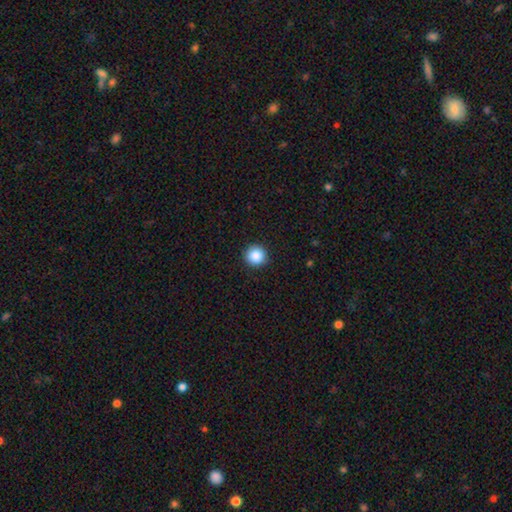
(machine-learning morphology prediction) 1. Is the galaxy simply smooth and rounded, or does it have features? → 87% smooth, 9% star or artifact, 4% featured or disk.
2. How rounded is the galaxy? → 95% round, 4% in between, 1% cigar-shaped.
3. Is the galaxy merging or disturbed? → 93% none, 5% minor disturbance, 2% major disturbance, 1% merger.